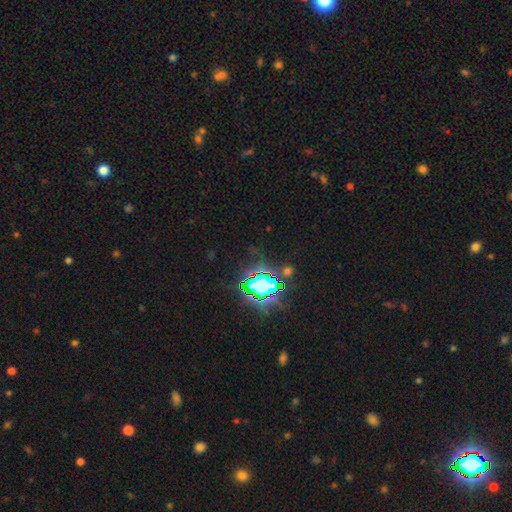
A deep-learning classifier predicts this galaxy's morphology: Smooth or featured?
  - star or artifact: 79% *
  - smooth: 12%
  - featured or disk: 8%